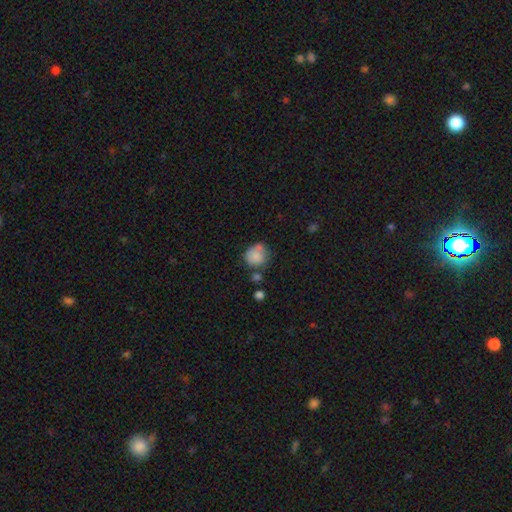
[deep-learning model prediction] This is clearly a smooth galaxy (80%). How rounded: likely round (77%). Merging: possibly none (50%).